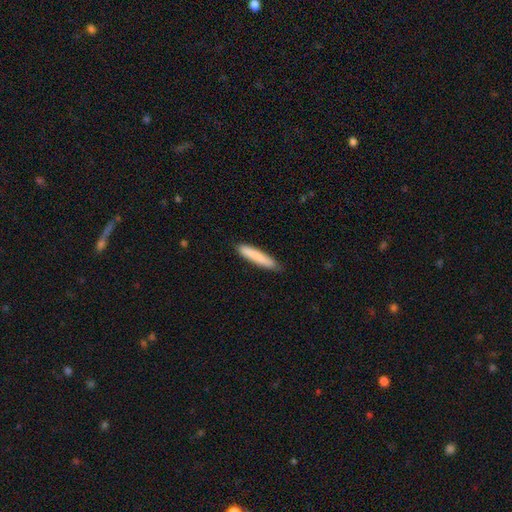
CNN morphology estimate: smooth-or-featured: smooth: 84% | featured or disk: 11% | star or artifact: 6%
  how-rounded: cigar-shaped: 91% | in between: 8% | round: 1%
  merging: none: 85% | minor disturbance: 12% | major disturbance: 2% | merger: 1%